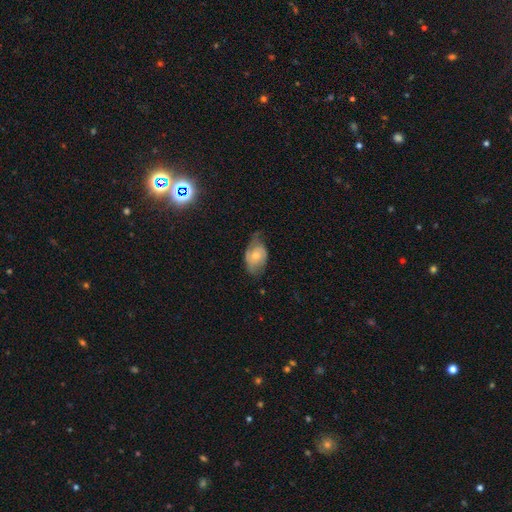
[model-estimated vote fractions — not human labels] Smooth or featured: smooth — 47% (featured or disk — 46%)
Merging: none — 45% (minor disturbance — 37%)